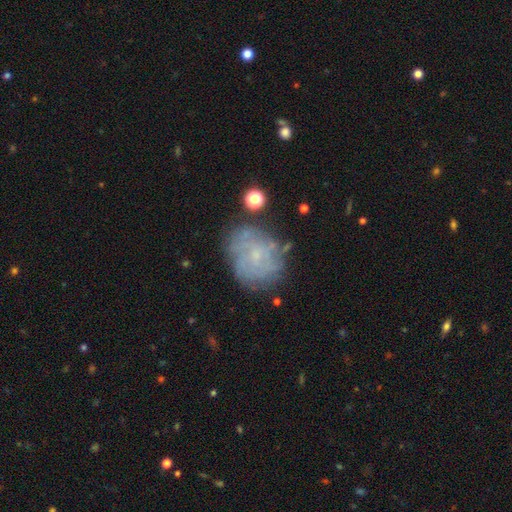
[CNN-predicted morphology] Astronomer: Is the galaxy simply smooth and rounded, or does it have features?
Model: featured or disk — 59%.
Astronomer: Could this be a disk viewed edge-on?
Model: no — 97%.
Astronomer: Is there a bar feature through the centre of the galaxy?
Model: no — 78%.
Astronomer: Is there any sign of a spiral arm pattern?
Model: yes — 69%.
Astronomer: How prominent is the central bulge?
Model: small — 73%.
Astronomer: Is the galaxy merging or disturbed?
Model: none — 68%.